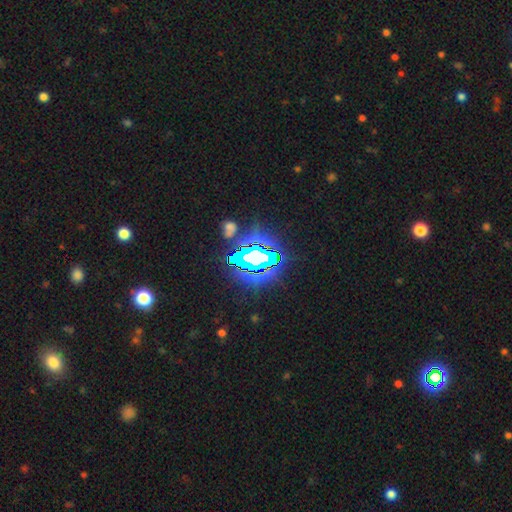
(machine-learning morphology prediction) Overall: star or artifact (74%).